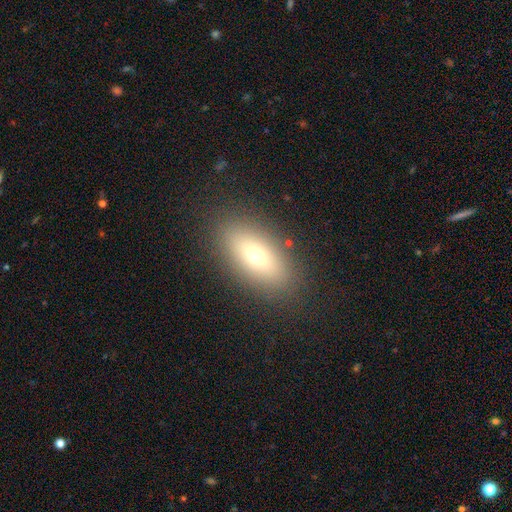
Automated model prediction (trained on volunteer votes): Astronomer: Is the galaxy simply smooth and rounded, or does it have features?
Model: smooth — 67%.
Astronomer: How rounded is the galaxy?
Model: in between — 82%.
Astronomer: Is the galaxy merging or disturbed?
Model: none — 86%.